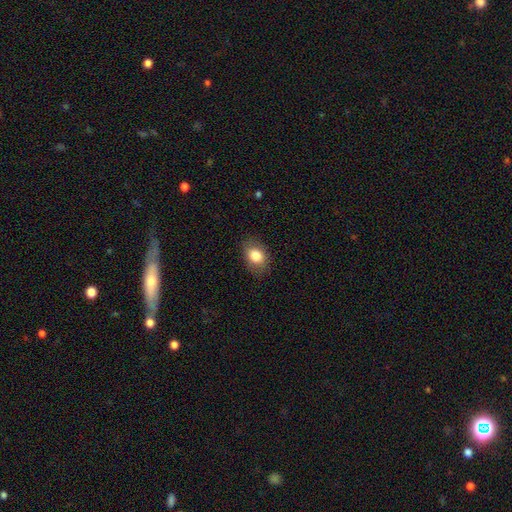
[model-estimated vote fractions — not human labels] A smooth galaxy with no disk features (82%) that is in between round and cigar-shaped (70%). Merging: none (82%).